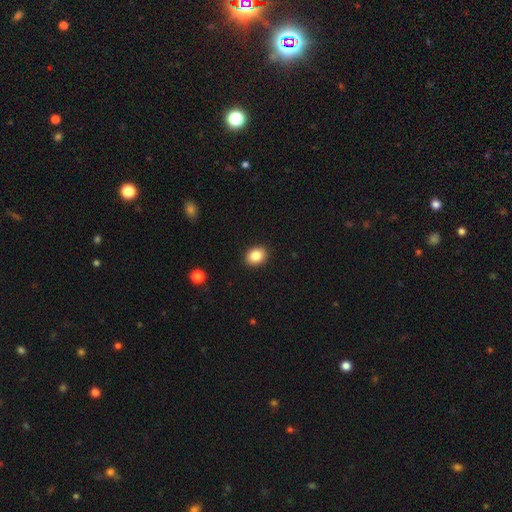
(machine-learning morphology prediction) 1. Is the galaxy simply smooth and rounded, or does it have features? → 85% smooth, 9% star or artifact, 6% featured or disk.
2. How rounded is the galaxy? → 54% in between, 45% round, 1% cigar-shaped.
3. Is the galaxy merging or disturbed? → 91% none, 7% minor disturbance, 2% major disturbance, 1% merger.